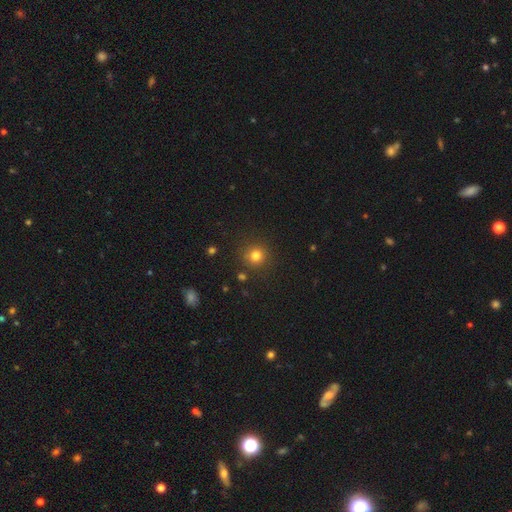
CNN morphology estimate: type=smooth (79%); roundness=round (93%); merging=none (88%).